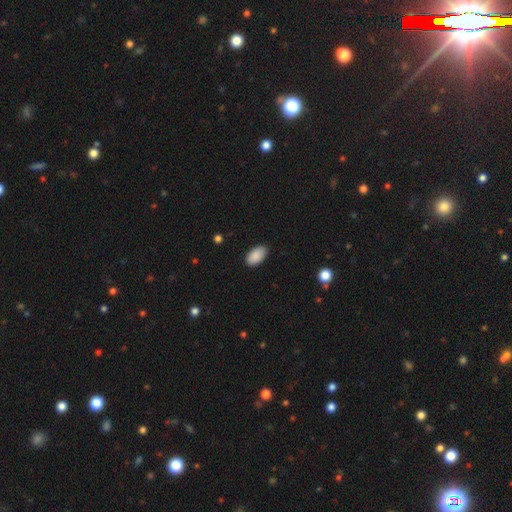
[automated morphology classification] A smooth galaxy with no disk features (90%) that is in between round and cigar-shaped (95%). Merging: none (87%).